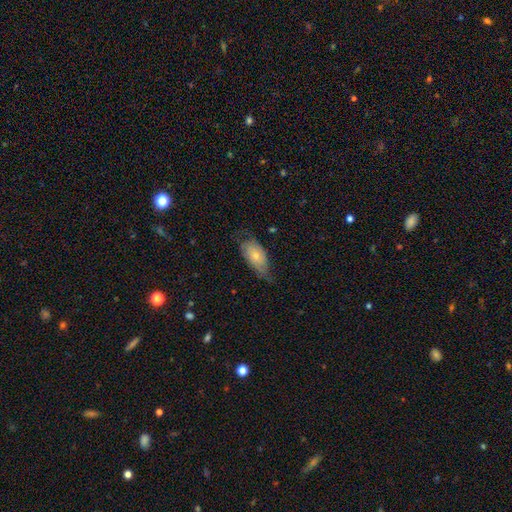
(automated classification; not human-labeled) Smooth or featured? smooth (55%)
How rounded? in between (90%)
Merging? none (52%)